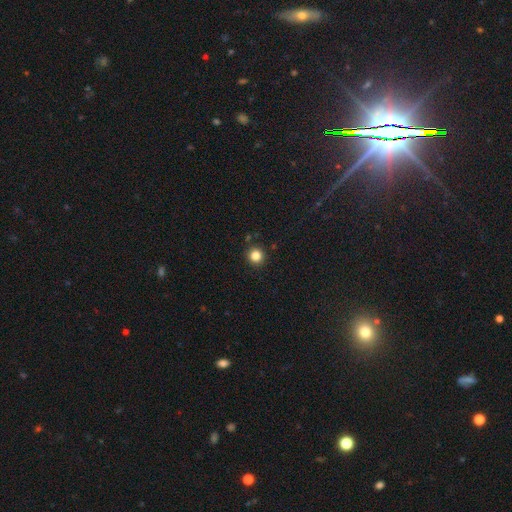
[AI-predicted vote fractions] This is clearly a smooth galaxy (84%). How rounded: clearly round (95%). Merging: clearly none (91%).